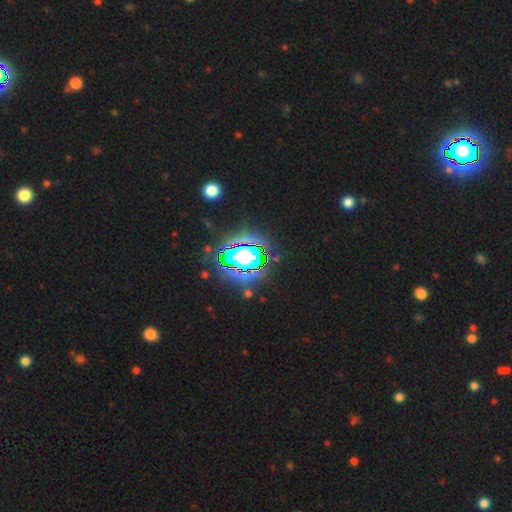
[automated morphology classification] Smooth or featured? star or artifact (82%)